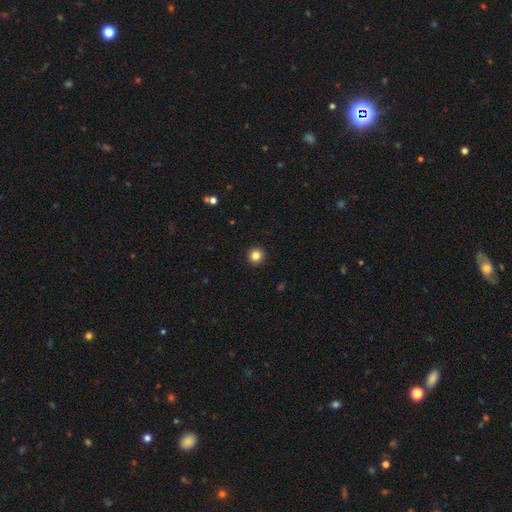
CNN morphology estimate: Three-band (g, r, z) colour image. It shows a smooth galaxy with no disk features (84%) that is round (95%). Merging: none (94%).